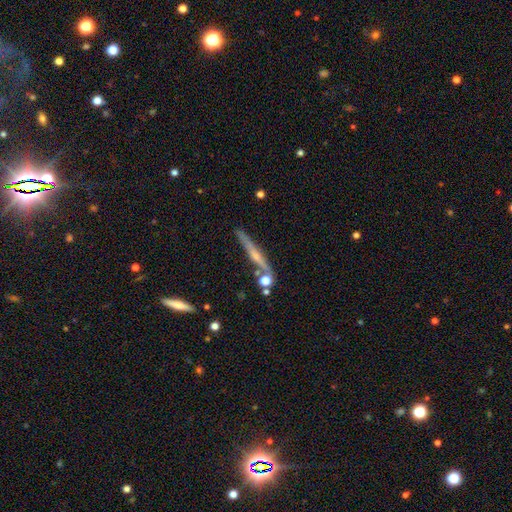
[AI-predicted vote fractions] Overall: featured or disk (68%). Edge-on disk: yes (96%). Edge-on bulge: rounded (71%). Merging: none (78%).